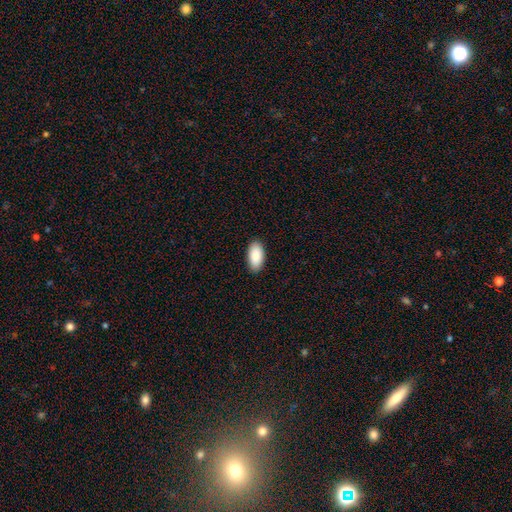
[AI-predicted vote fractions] This is clearly a smooth galaxy (90%). How rounded: clearly in between (95%). Merging: clearly none (89%).